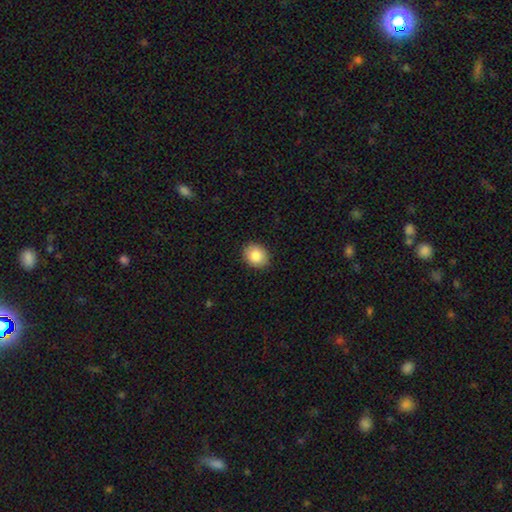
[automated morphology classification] Overall: smooth (85%). How rounded: round (50%; in between 49%). Merging: none (89%).